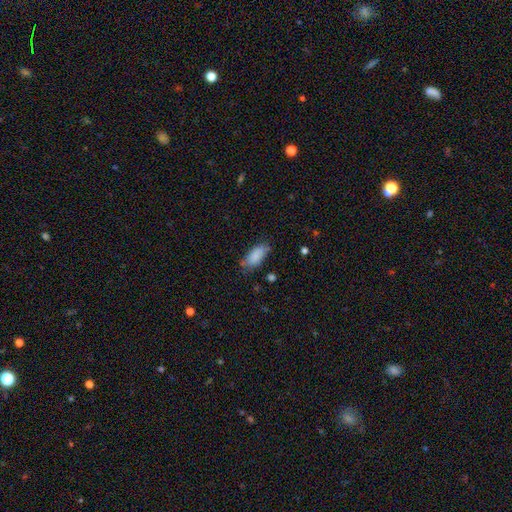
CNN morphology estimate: type=smooth (86%); roundness=in between (86%); merging=none (67%).